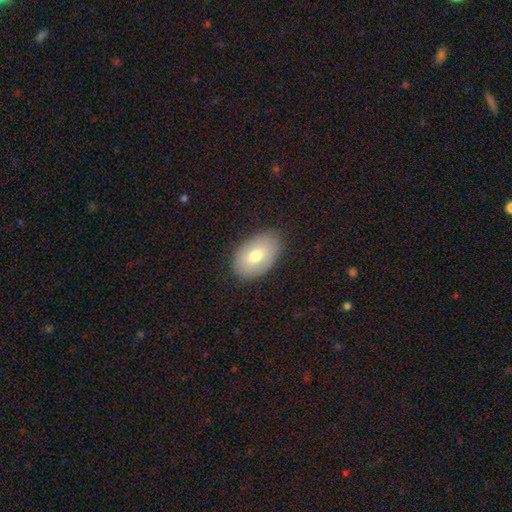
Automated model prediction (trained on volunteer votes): This appears to be a smooth galaxy with no disk features (69%) that is in between round and cigar-shaped (90%). Merging: none (82%).